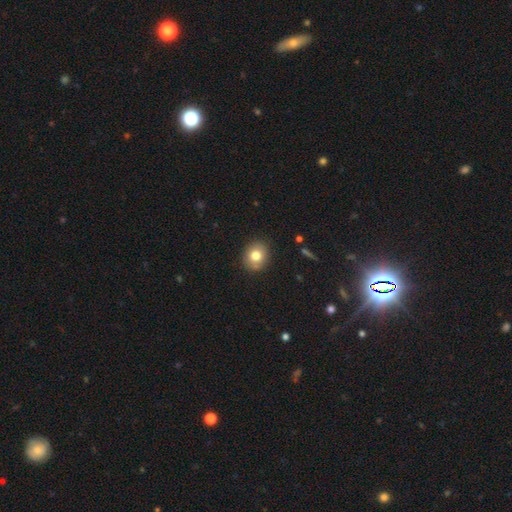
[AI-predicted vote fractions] smooth_or_featured: smooth (p=0.78) [alt: featured or disk p=0.12]
how_rounded: round (p=0.65) [alt: in between p=0.34]
merging: none (p=0.87) [alt: minor disturbance p=0.09]